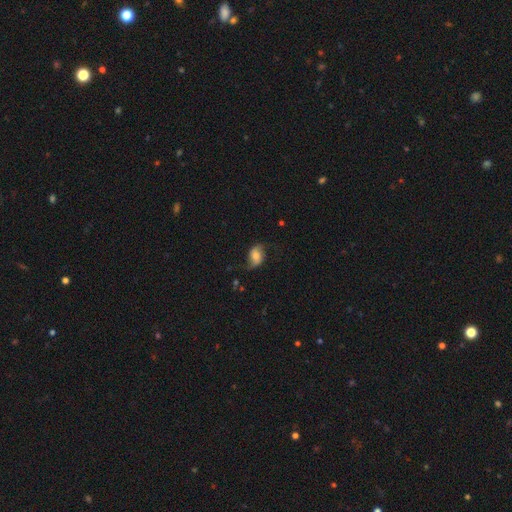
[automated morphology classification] This is possibly a featured or disk galaxy (46%). Merging: likely none (63%).